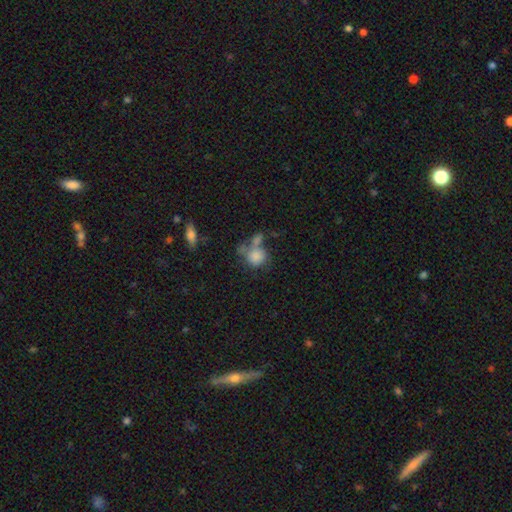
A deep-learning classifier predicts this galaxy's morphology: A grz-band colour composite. It shows a smooth galaxy with no disk features (78%) that is round (69%). Merging: merger (42%).